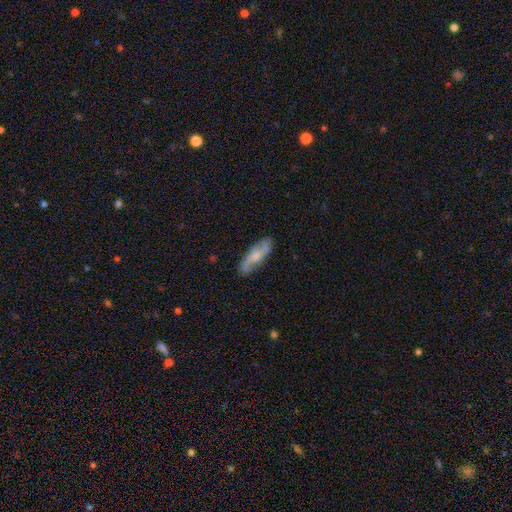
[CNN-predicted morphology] This is possibly a featured or disk galaxy (56%). It is likely not viewed edge-on (78%). Merging: likely none (78%).